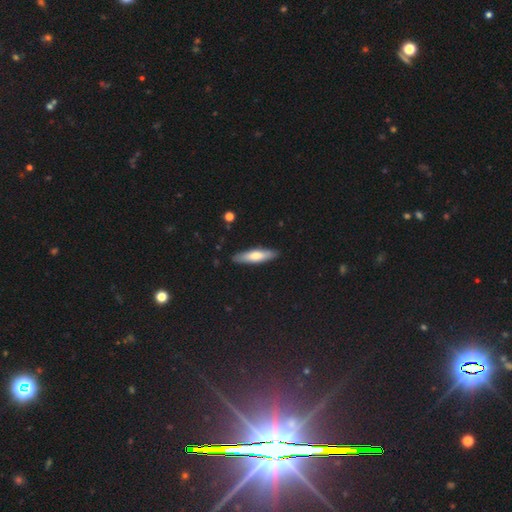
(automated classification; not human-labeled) smooth 62%, featured or disk 32%, star or artifact 6%. Down the decision tree: how rounded — cigar-shaped (70%); merging — none (89%).